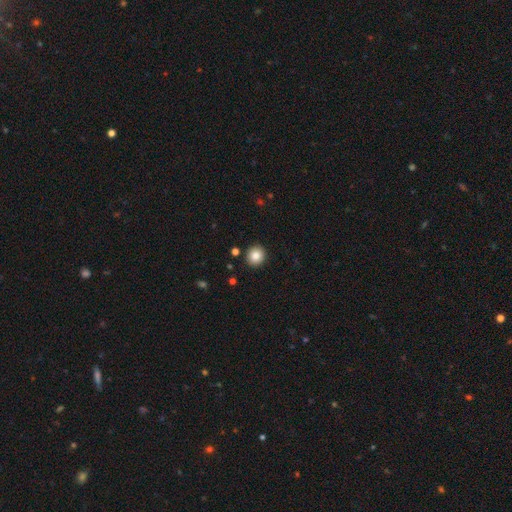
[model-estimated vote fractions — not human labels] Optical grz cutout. It shows a smooth galaxy with no disk features (86%) that is round (88%). Merging: none (91%).